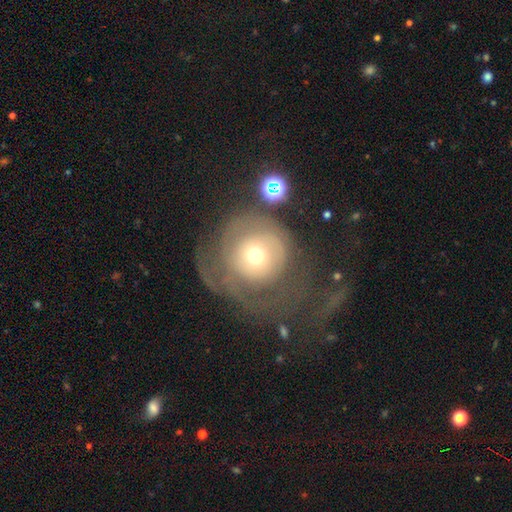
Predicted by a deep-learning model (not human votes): Q: Smooth or featured?
A: featured or disk (50%); runner-up: smooth (40%)
Q: Edge-on disk?
A: no (96%); runner-up: yes (4%)
Q: Merging?
A: major disturbance (45%); runner-up: none (33%)